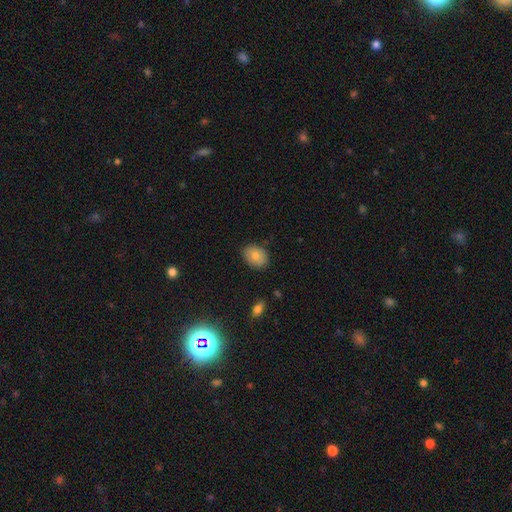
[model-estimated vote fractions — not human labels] This appears to be a smooth galaxy with no disk features (78%) that is in between round and cigar-shaped (69%). Merging: none (81%).